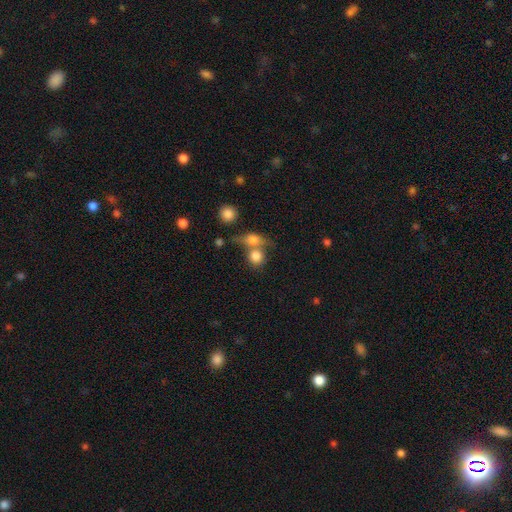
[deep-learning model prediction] smooth-or-featured: smooth: 79% | featured or disk: 11% | star or artifact: 9%
  how-rounded: round: 76% | in between: 21% | cigar-shaped: 3%
  merging: merger: 49% | none: 36% | minor disturbance: 9% | major disturbance: 6%